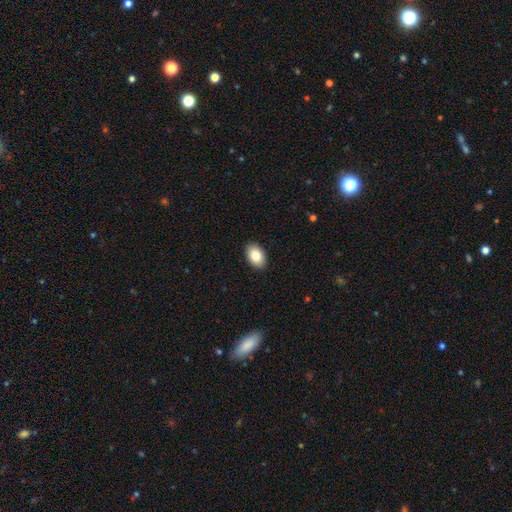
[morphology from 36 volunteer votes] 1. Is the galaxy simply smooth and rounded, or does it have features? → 89% smooth, 8% featured or disk, 3% star or artifact.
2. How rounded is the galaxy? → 94% in between, 6% round, 0% cigar-shaped.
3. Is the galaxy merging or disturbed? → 97% none, 3% major disturbance, 0% minor disturbance, 0% merger.